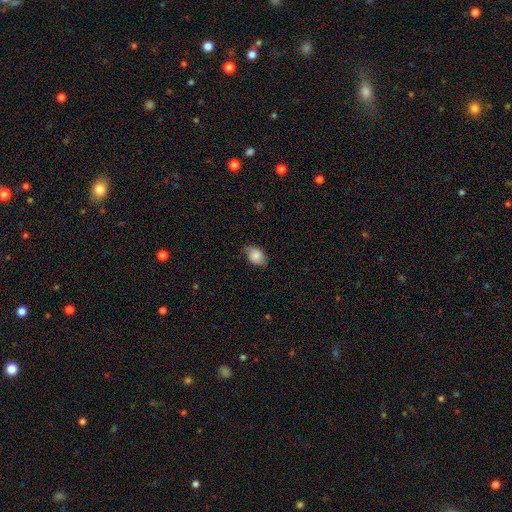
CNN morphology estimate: smooth-or-featured: smooth: 79% | featured or disk: 14% | star or artifact: 8%
  how-rounded: in between: 80% | round: 19% | cigar-shaped: 1%
  merging: none: 67% | minor disturbance: 26% | major disturbance: 5% | merger: 1%